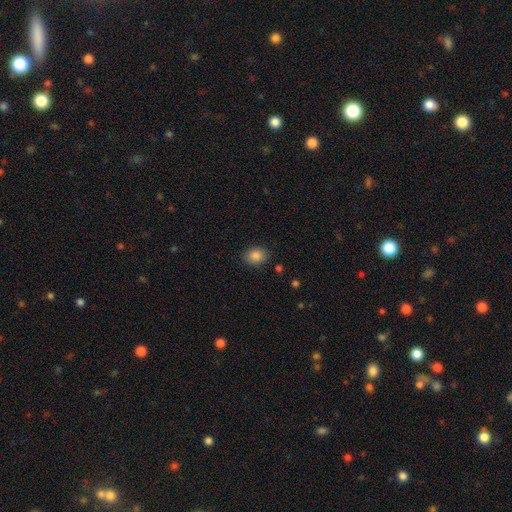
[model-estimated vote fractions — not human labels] The model was most divided on "how rounded": in between: 52%, round: 47%, cigar-shaped: 1%. More confident: merging — none (87%); smooth or featured — smooth (85%).